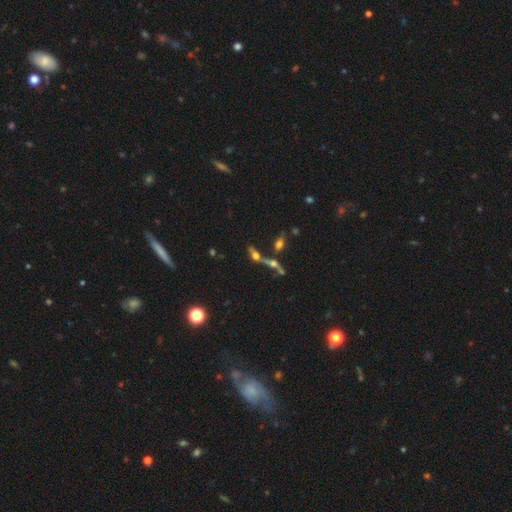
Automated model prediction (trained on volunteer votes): smooth_or_featured: featured or disk (p=0.43) [alt: smooth p=0.38]
merging: merger (p=0.50) [alt: none p=0.31]